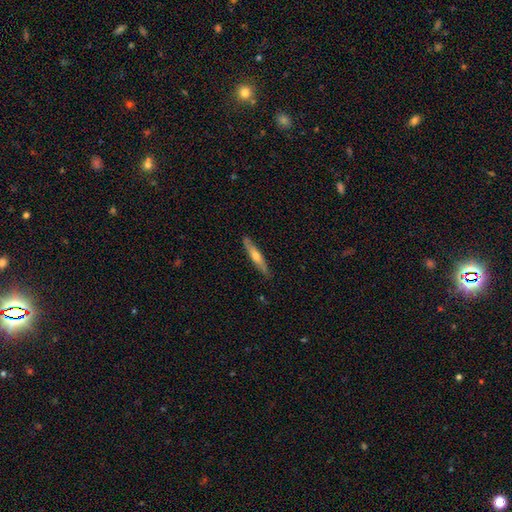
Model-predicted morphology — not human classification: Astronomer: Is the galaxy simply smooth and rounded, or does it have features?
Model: featured or disk — 49% (runner-up: smooth, 45%).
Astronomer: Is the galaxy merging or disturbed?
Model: none — 86%.